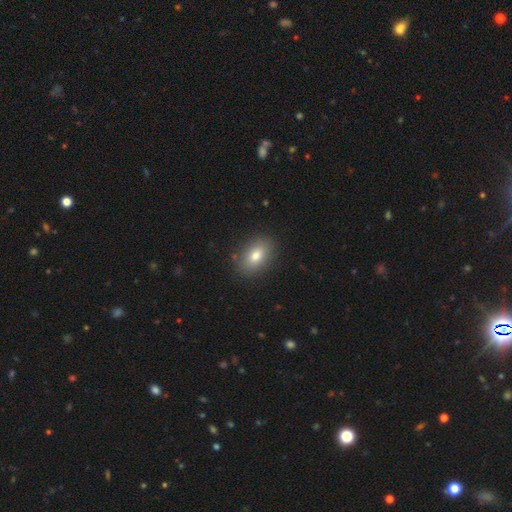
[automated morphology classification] Smooth or featured? Predicted: smooth (p=0.78). How rounded? Predicted: in between (p=0.85). Merging? Predicted: none (p=0.87).